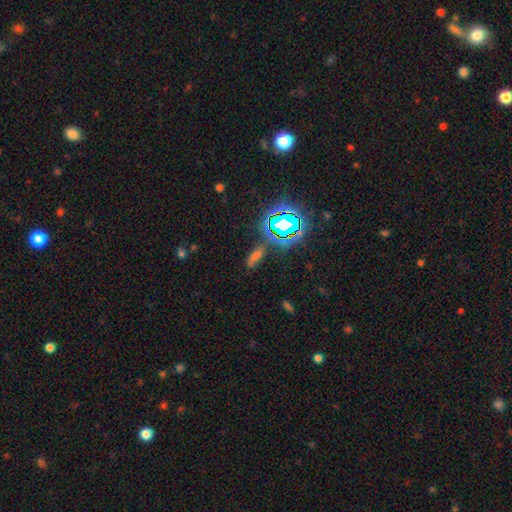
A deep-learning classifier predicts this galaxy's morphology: The model was most divided on "smooth or featured": star or artifact: 47%, smooth: 37%, featured or disk: 16%.